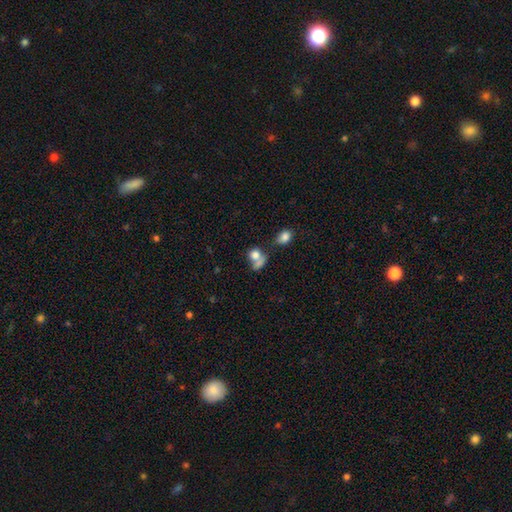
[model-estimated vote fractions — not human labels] This appears to be a smooth galaxy with no disk features (76%) that is round (62%). Merging: merger (45%).